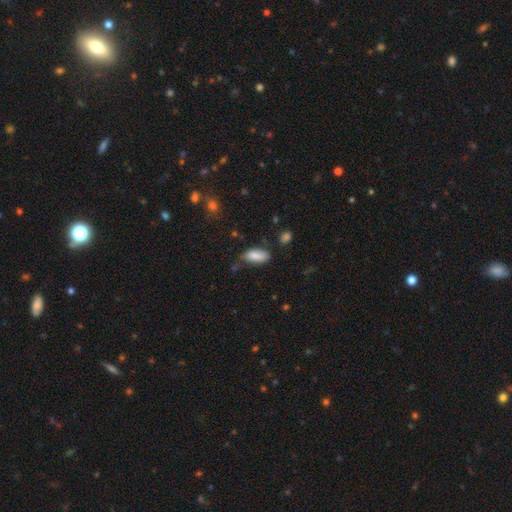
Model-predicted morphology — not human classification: smooth 83%, featured or disk 9%, star or artifact 7%. Down the decision tree: how rounded — in between (88%); merging — none (62%).